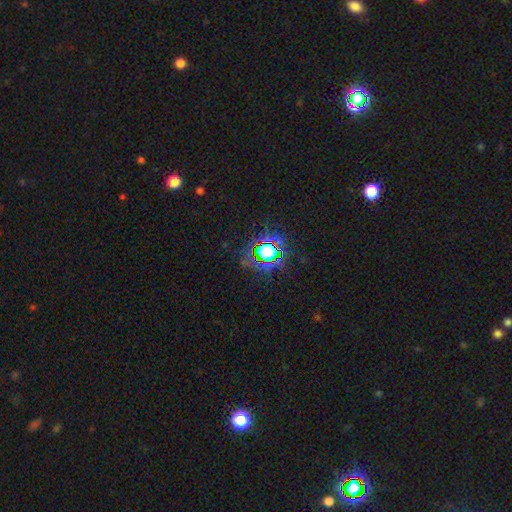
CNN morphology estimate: Smooth or featured?
  - star or artifact: 75% *
  - smooth: 16%
  - featured or disk: 9%